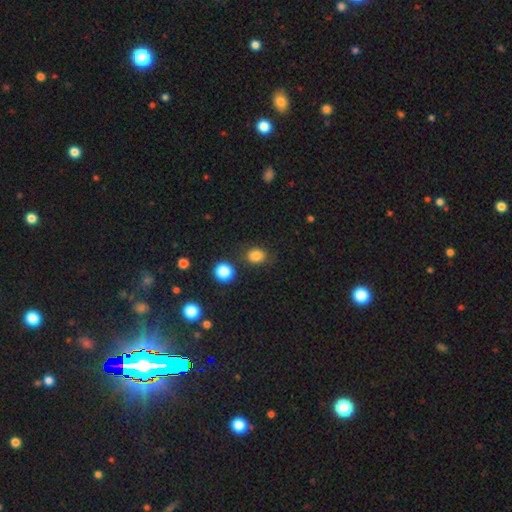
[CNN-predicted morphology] Smooth or featured?
  - smooth: 82% *
  - star or artifact: 13%
  - featured or disk: 5%
How rounded?
  - round: 54% *
  - in between: 44%
  - cigar-shaped: 1%
Merging?
  - none: 76% *
  - minor disturbance: 15%
  - merger: 5%
  - major disturbance: 5%